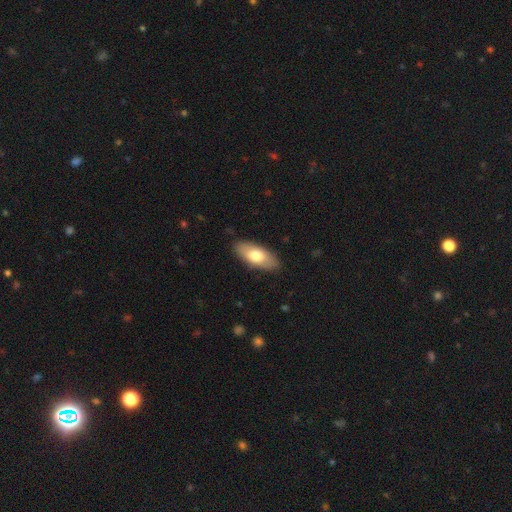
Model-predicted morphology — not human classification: Smooth or featured? smooth (71%)
How rounded? in between (85%)
Merging? none (87%)